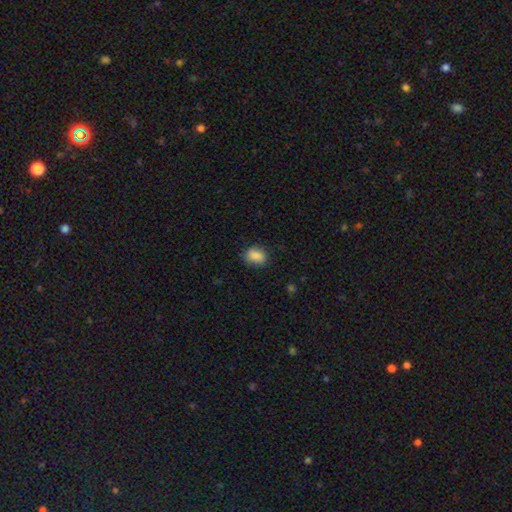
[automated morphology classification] Smooth or featured? Predicted: smooth (p=0.86). How rounded? Predicted: in between (p=0.68). Merging? Predicted: none (p=0.78).